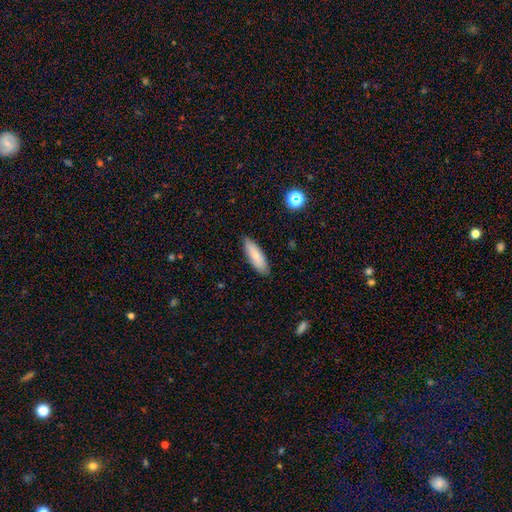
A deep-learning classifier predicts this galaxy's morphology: Q: Smooth or featured?
A: smooth (81%); runner-up: featured or disk (12%)
Q: How rounded?
A: in between (54%); runner-up: cigar-shaped (44%)
Q: Merging?
A: none (85%); runner-up: minor disturbance (12%)